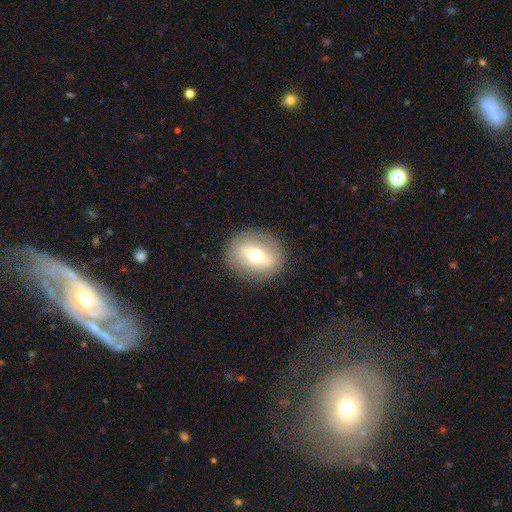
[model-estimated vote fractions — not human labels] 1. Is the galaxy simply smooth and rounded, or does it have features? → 51% smooth, 40% featured or disk, 9% star or artifact.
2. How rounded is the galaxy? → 65% round, 34% in between, 1% cigar-shaped.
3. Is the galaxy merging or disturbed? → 86% none, 9% minor disturbance, 4% major disturbance, 1% merger.